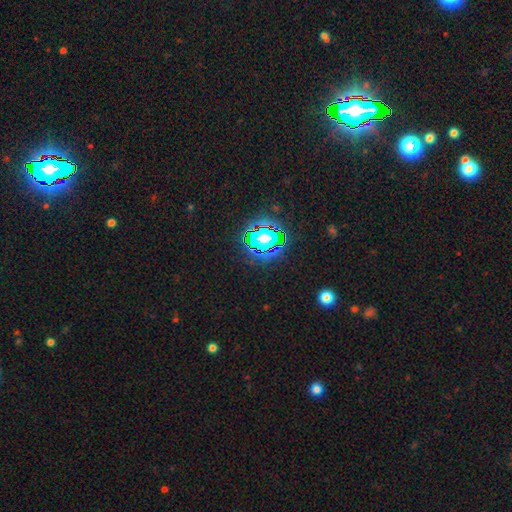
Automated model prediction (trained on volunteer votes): Smooth or featured? star or artifact (82%)